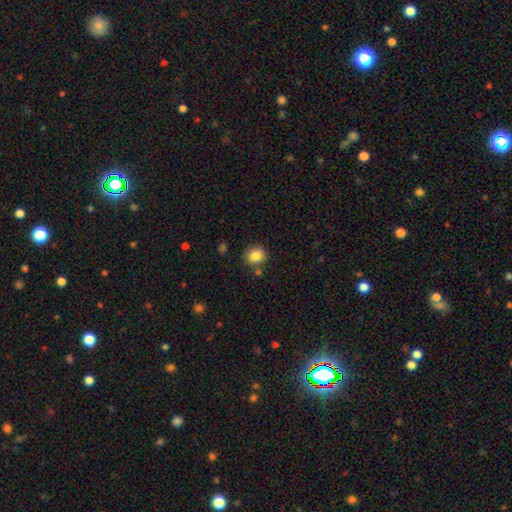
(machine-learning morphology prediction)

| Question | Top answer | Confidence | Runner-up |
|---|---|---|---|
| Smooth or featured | smooth | 84% | star or artifact (9%) |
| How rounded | round | 75% | in between (24%) |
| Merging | none | 82% | minor disturbance (10%) |